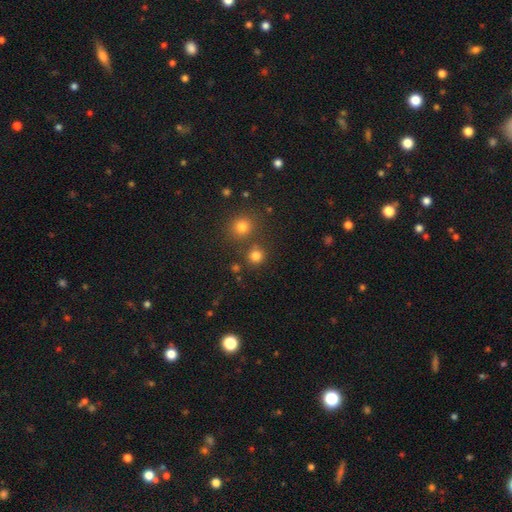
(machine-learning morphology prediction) Overall: smooth (78%). How rounded: round (90%). Merging: none (77%).